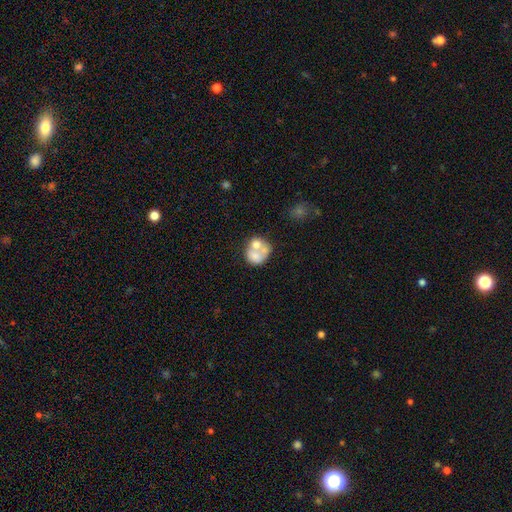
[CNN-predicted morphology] Smooth or featured? smooth (58%)
How rounded? round (60%)
Merging? merger (55%)